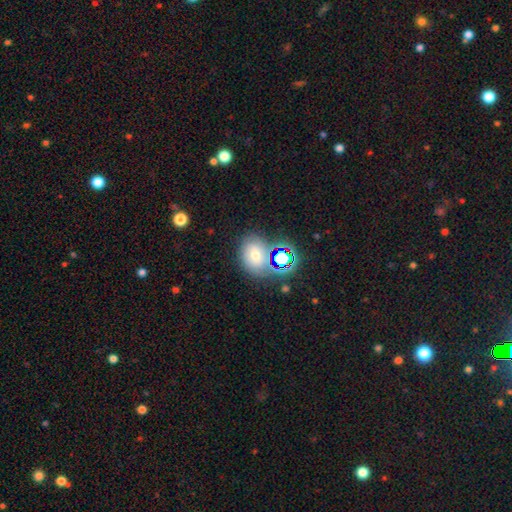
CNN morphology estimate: Smooth or featured?
  - smooth: 56% *
  - star or artifact: 26%
  - featured or disk: 18%
How rounded?
  - in between: 56% *
  - round: 43%
  - cigar-shaped: 1%
Merging?
  - none: 64% *
  - minor disturbance: 16%
  - merger: 14%
  - major disturbance: 6%